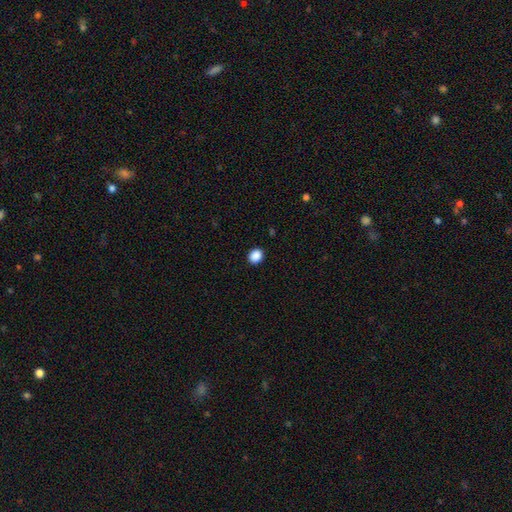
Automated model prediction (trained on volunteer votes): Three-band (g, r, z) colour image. It shows a smooth galaxy with no disk features (89%) that is round (69%). Merging: none (91%).